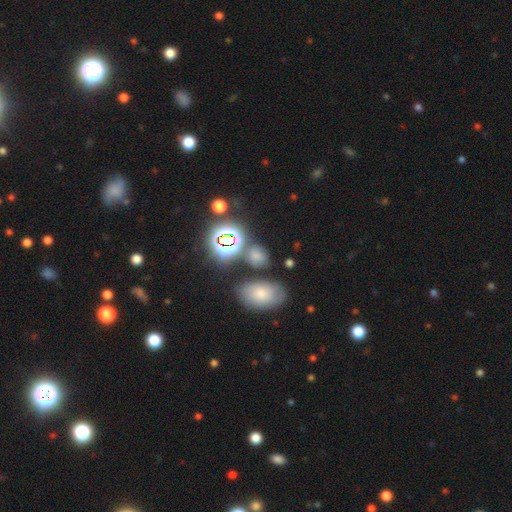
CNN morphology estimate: smooth-or-featured: smooth: 60% | star or artifact: 29% | featured or disk: 11%
  how-rounded: in between: 56% | round: 42% | cigar-shaped: 2%
  merging: none: 65% | merger: 15% | minor disturbance: 14% | major disturbance: 7%